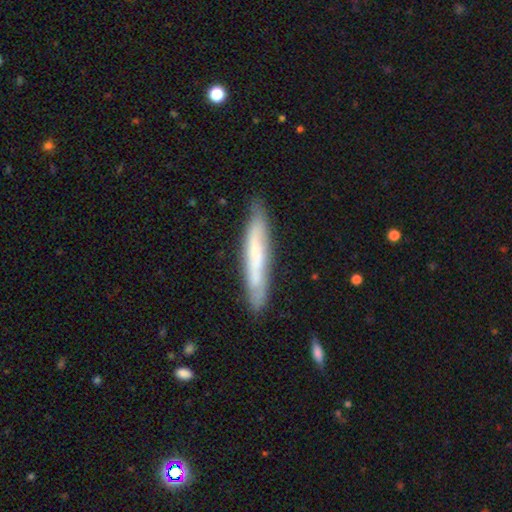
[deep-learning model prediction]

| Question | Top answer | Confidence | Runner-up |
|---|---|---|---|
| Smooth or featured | smooth | 51% | featured or disk (43%) |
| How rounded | cigar-shaped | 93% | in between (6%) |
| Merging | none | 81% | minor disturbance (14%) |